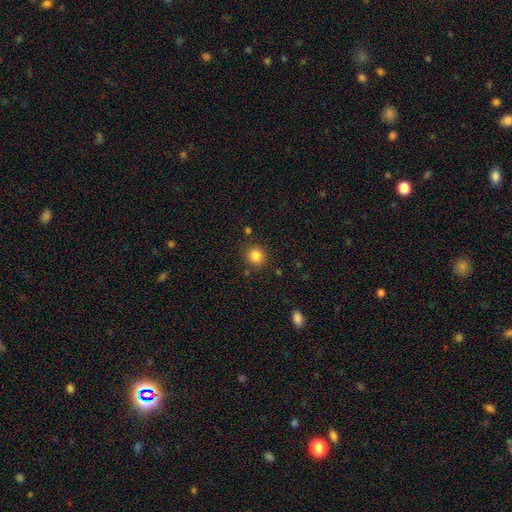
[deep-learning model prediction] Overall: smooth (85%). How rounded: round (89%). Merging: none (86%).